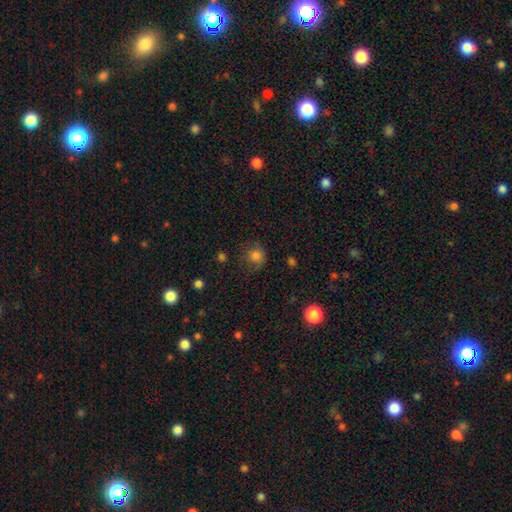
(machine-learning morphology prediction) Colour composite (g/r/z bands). It shows a smooth galaxy with no disk features (79%) that is round (84%). Merging: none (61%).